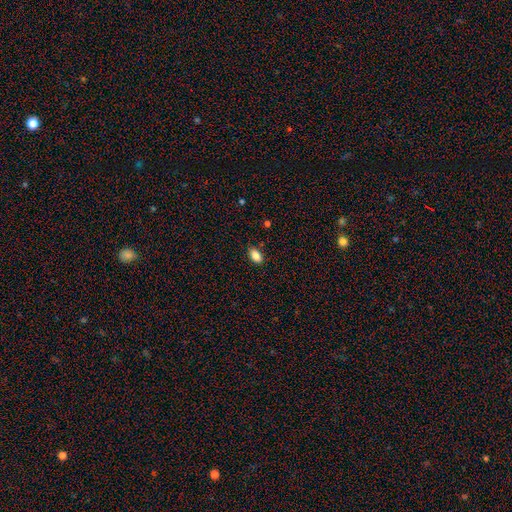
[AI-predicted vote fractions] This appears to be a smooth galaxy with no disk features (86%) that is in between round and cigar-shaped (90%). Merging: none (85%).